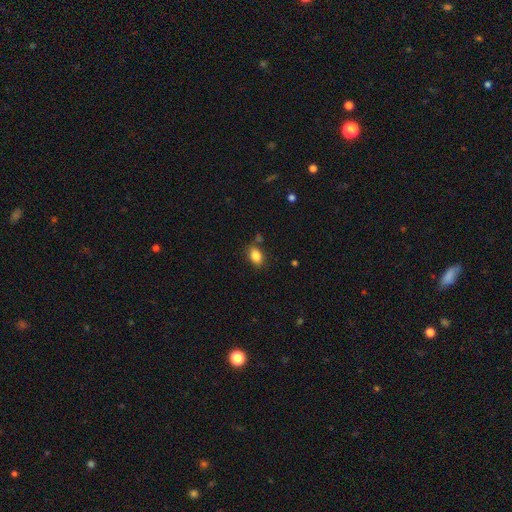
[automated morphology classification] smooth 85%, star or artifact 9%, featured or disk 6%. Down the decision tree: how rounded — in between (82%); merging — none (78%).